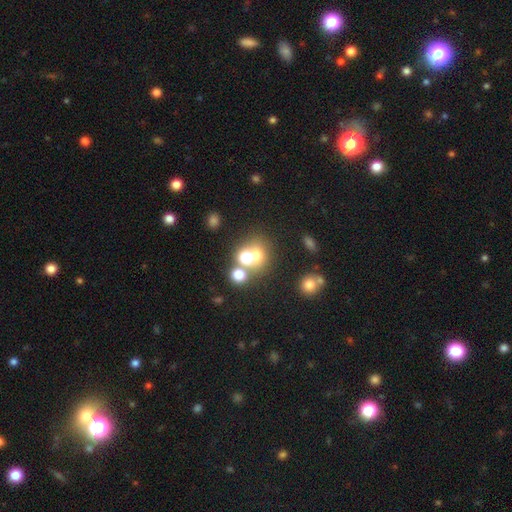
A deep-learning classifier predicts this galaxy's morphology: smooth 60%, star or artifact 24%, featured or disk 16%. Down the decision tree: how rounded — round (76%); merging — none (46%).